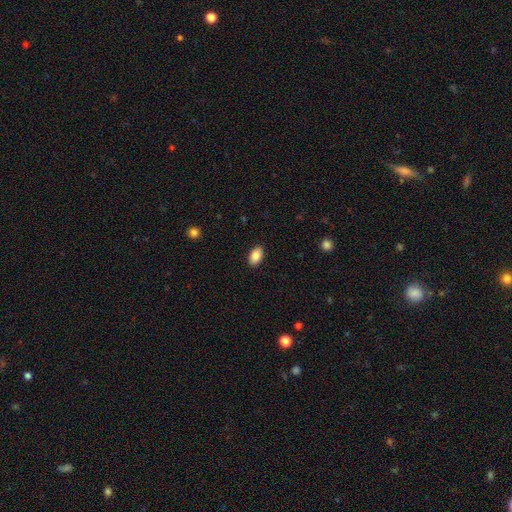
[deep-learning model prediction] A smooth galaxy with no disk features (88%) that is in between round and cigar-shaped (94%).

Vote fractions:
- Smooth or featured? smooth: 88% / star or artifact: 7% / featured or disk: 5%
- How rounded? in between: 94% / round: 4% / cigar-shaped: 2%
- Merging? none: 89% / minor disturbance: 8% / major disturbance: 2% / merger: 1%